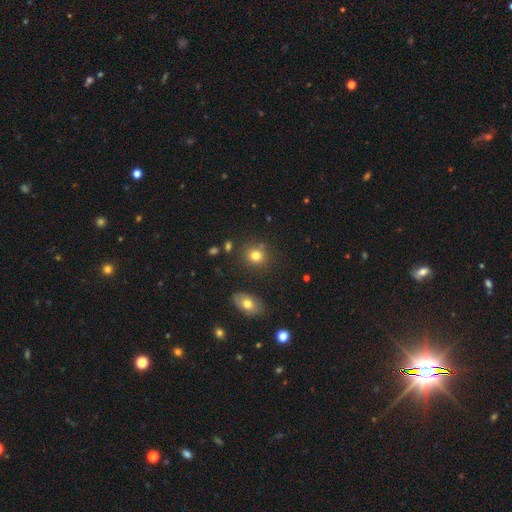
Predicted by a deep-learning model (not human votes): smooth 79%, star or artifact 12%, featured or disk 8%. Down the decision tree: how rounded — round (78%); merging — none (80%).